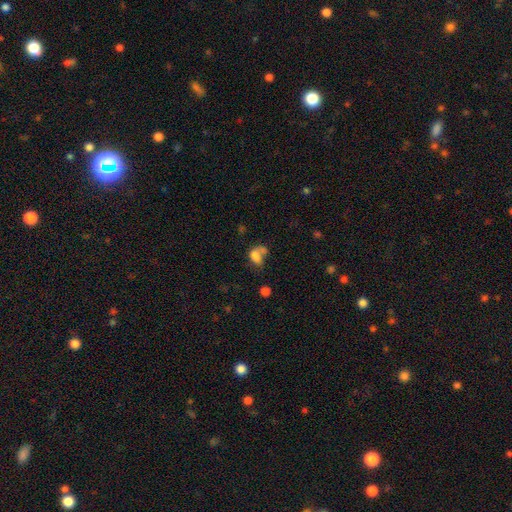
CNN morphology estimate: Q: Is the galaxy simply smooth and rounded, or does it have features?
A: smooth — 74%.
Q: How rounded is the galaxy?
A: in between — 77%.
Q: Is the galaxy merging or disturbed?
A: merger — 37%.